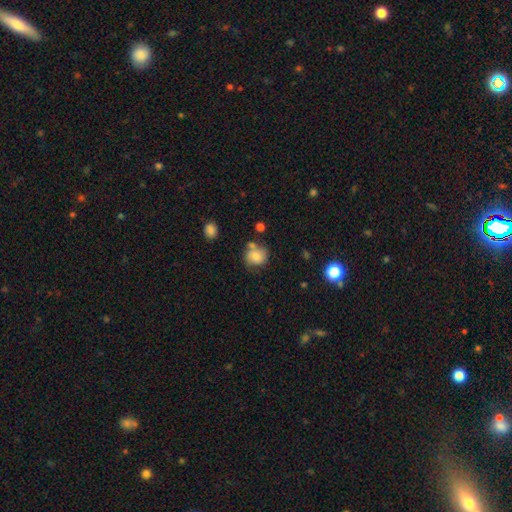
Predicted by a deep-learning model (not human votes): Smooth or featured: smooth — 77% (featured or disk — 13%)
How rounded: round — 75% (in between — 24%)
Merging: none — 54% (minor disturbance — 22%)